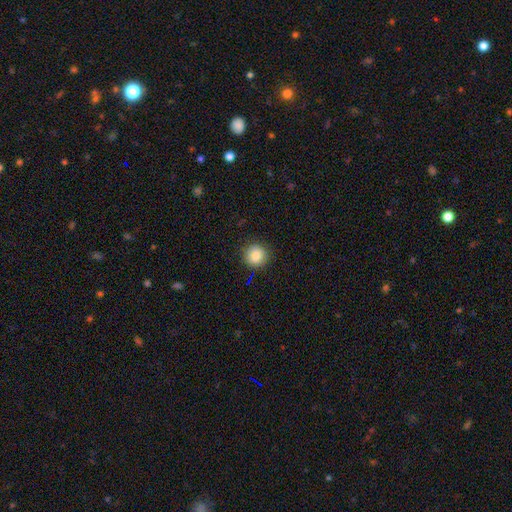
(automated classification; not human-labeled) Smooth or featured: smooth — 86% (star or artifact — 9%)
How rounded: round — 92% (in between — 7%)
Merging: none — 89% (minor disturbance — 7%)